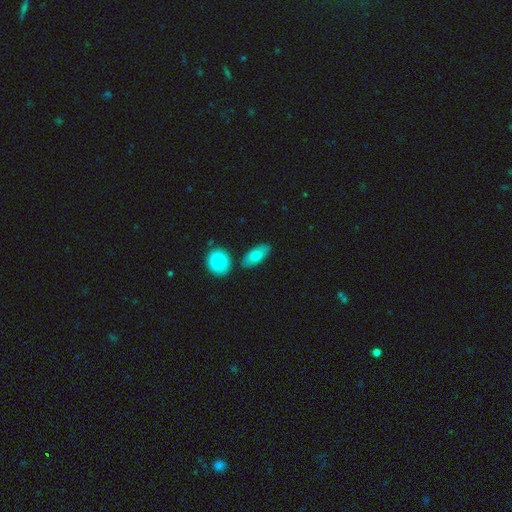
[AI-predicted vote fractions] This appears to be a smooth galaxy with no disk features (70%) that is in between round and cigar-shaped (89%). Merging: none (79%).